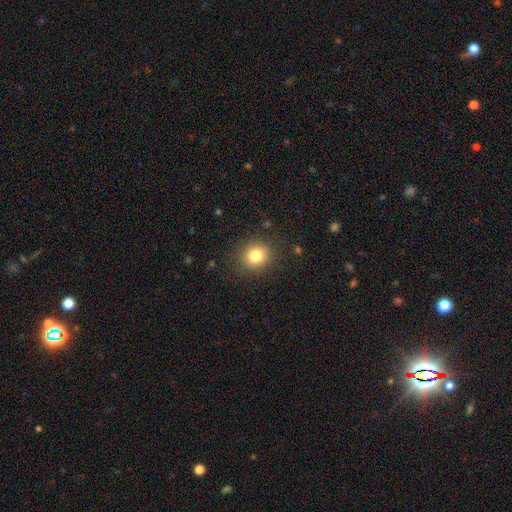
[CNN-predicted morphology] Smooth or featured?
  - smooth: 81% *
  - star or artifact: 12%
  - featured or disk: 8%
How rounded?
  - round: 78% *
  - in between: 21%
  - cigar-shaped: 1%
Merging?
  - none: 87% *
  - minor disturbance: 9%
  - major disturbance: 3%
  - merger: 1%